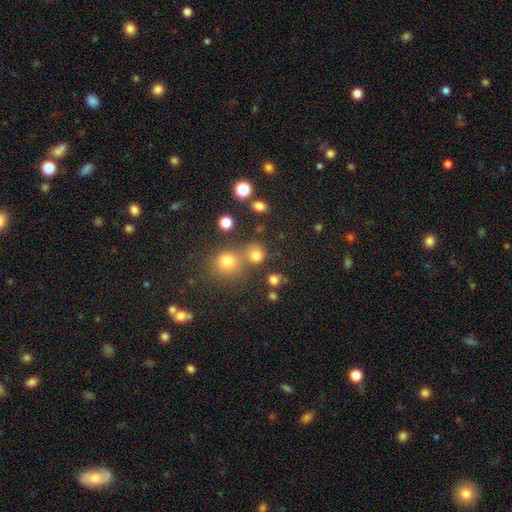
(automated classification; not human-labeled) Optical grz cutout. It shows a smooth galaxy with no disk features (77%) that is round (86%). Merging: none (65%).